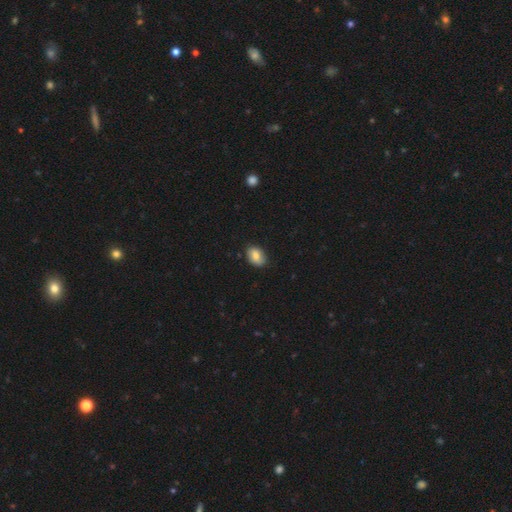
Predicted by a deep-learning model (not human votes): The model was most divided on "merging": none: 81%, minor disturbance: 15%, major disturbance: 3%, merger: 1%. More confident: how rounded — in between (83%); smooth or featured — smooth (80%).